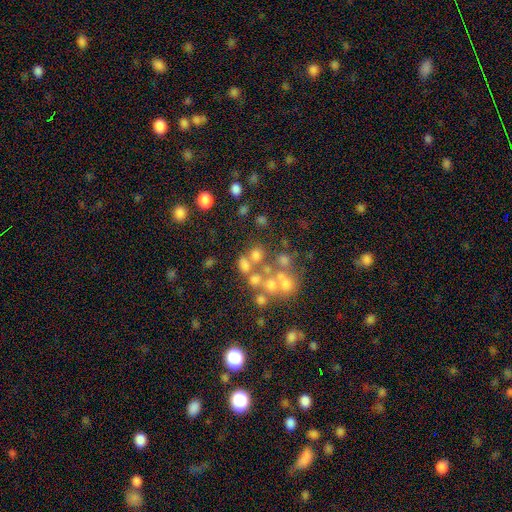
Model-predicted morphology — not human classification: Smooth or featured? Predicted: smooth (p=0.44). Merging? Predicted: none (p=0.41).